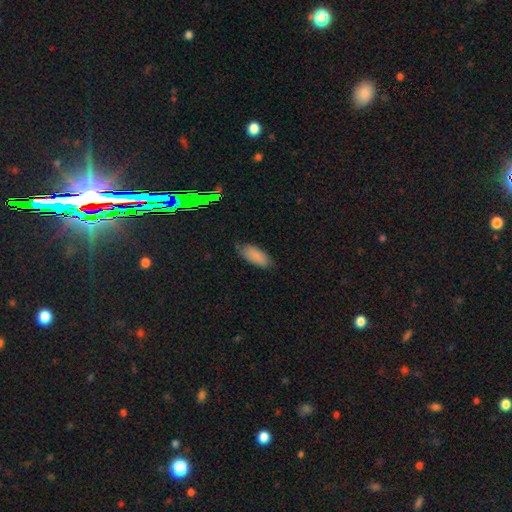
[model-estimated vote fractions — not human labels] smooth_or_featured: smooth (p=0.86) [alt: featured or disk p=0.08]
how_rounded: in between (p=0.82) [alt: cigar-shaped p=0.16]
merging: none (p=0.74) [alt: minor disturbance p=0.22]